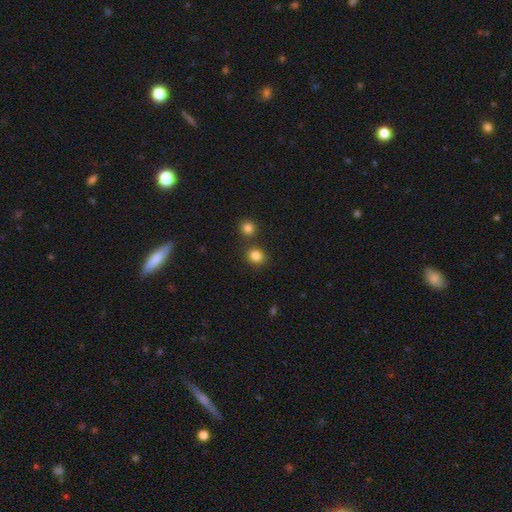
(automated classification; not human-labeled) The model was most divided on "how rounded": round: 82%, in between: 17%, cigar-shaped: 1%. More confident: smooth or featured — smooth (83%); merging — none (78%).